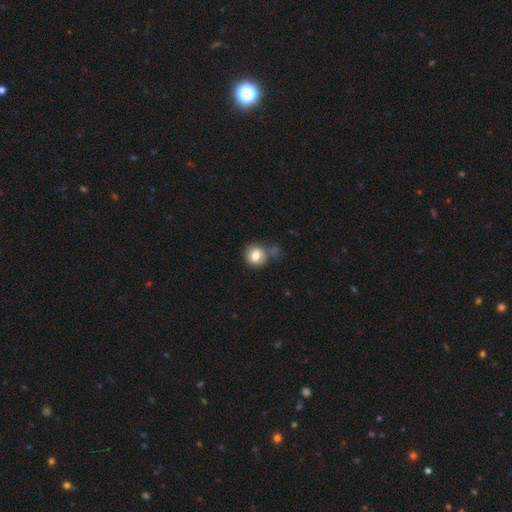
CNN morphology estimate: Overall: smooth (80%). How rounded: round (79%). Merging: none (59%).